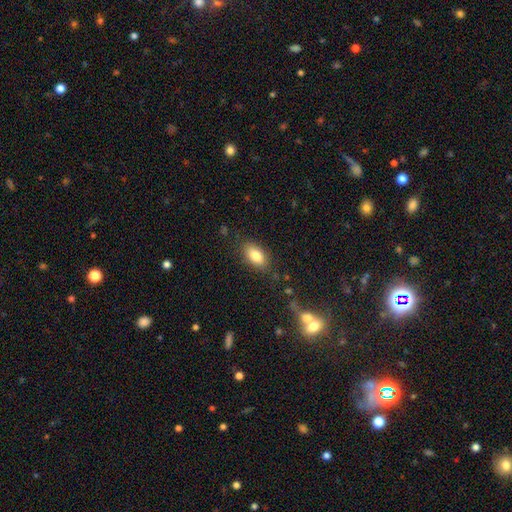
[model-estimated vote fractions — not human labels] Smooth or featured? smooth (82%)
How rounded? in between (90%)
Merging? none (84%)